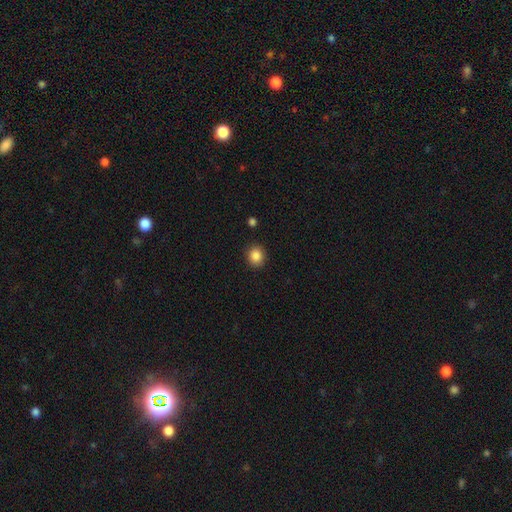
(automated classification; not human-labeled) A smooth galaxy with no disk features (86%) that is round (77%).

Vote fractions:
- Smooth or featured? smooth: 86% / star or artifact: 10% / featured or disk: 4%
- How rounded? round: 77% / in between: 22% / cigar-shaped: 1%
- Merging? none: 89% / minor disturbance: 7% / major disturbance: 2% / merger: 1%